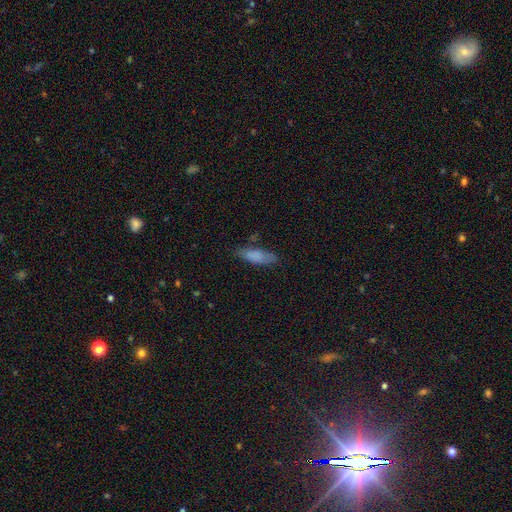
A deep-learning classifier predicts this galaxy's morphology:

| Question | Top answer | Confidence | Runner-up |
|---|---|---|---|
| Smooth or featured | smooth | 81% | featured or disk (12%) |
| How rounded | in between | 55% | cigar-shaped (43%) |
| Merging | none | 73% | minor disturbance (20%) |